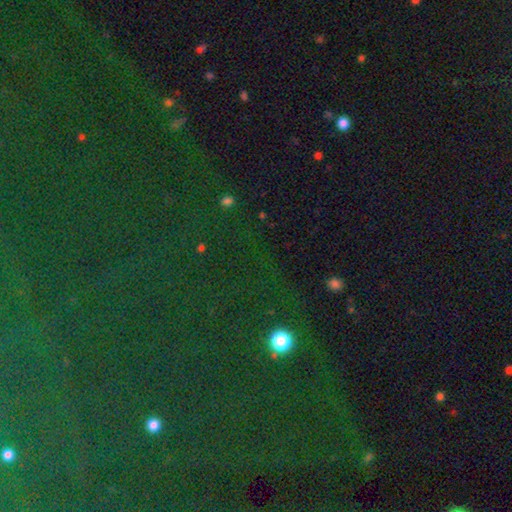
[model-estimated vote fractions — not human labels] smooth-or-featured: star or artifact: 81% | smooth: 11% | featured or disk: 8%